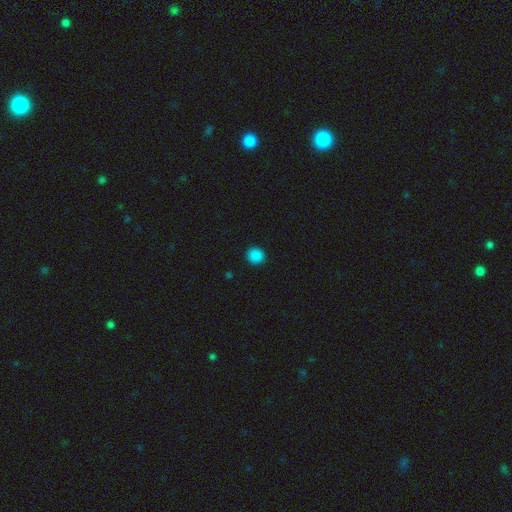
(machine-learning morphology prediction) Smooth or featured? Predicted: smooth (p=0.86). How rounded? Predicted: round (p=0.91). Merging? Predicted: none (p=0.92).